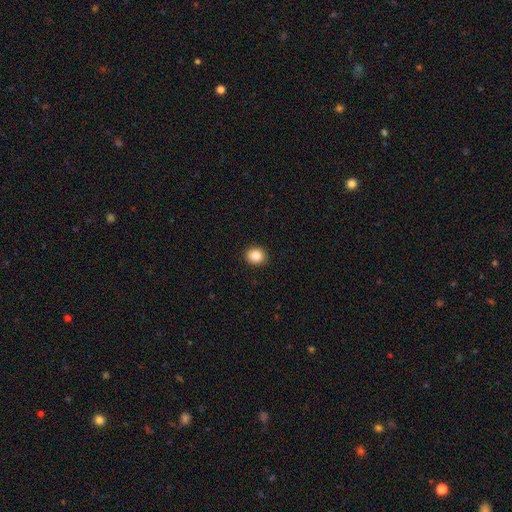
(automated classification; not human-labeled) smooth 86%, star or artifact 9%, featured or disk 4%. Down the decision tree: how rounded — round (78%); merging — none (92%).